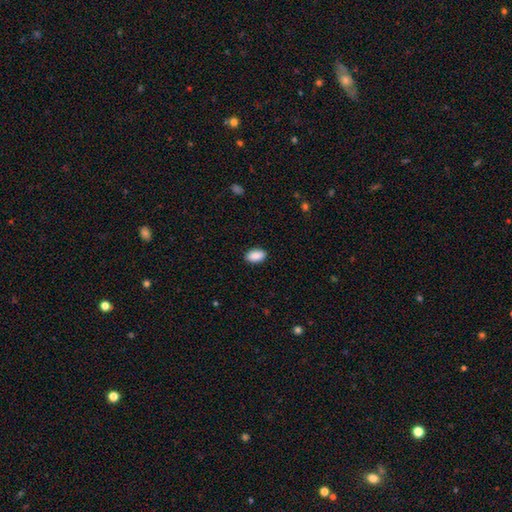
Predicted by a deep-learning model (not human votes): Overall: smooth (90%). How rounded: in between (93%). Merging: none (89%).